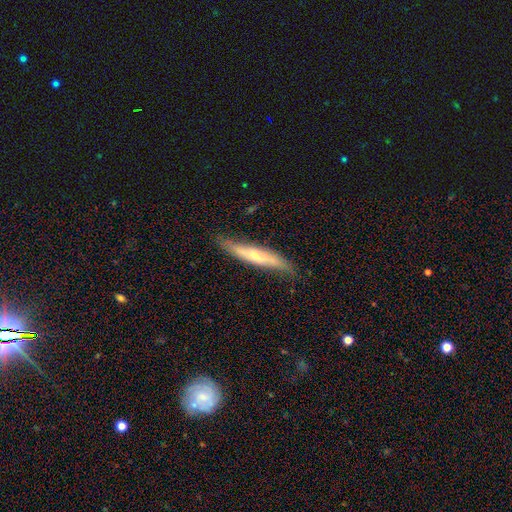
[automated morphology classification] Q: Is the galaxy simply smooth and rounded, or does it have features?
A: featured or disk — 49%.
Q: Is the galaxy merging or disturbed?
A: none — 74%.